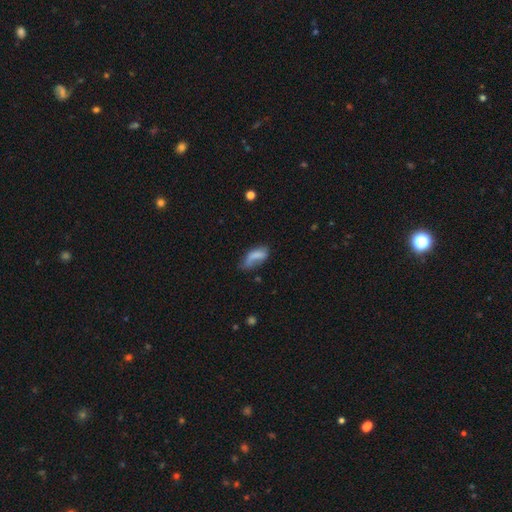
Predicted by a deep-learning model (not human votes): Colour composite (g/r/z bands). It shows a smooth galaxy with no disk features (70%) that is in between round and cigar-shaped (83%). Merging: none (34%).